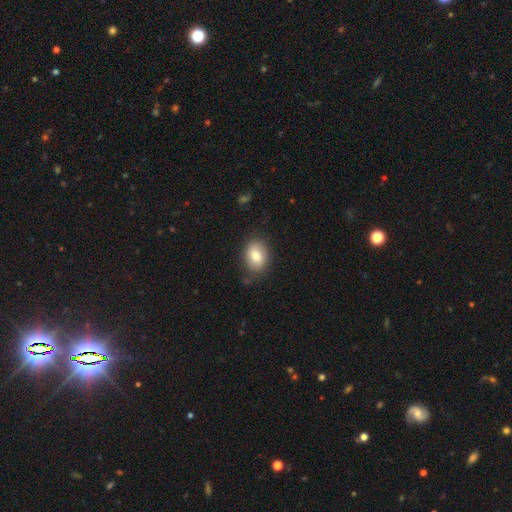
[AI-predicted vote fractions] Q: Smooth or featured?
A: smooth (80%); runner-up: featured or disk (12%)
Q: How rounded?
A: in between (72%); runner-up: round (27%)
Q: Merging?
A: none (81%); runner-up: minor disturbance (14%)